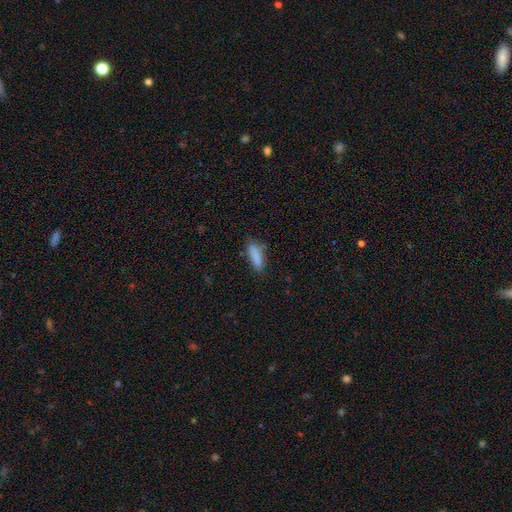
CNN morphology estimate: The model was most divided on "how rounded": in between: 55%, cigar-shaped: 43%, round: 2%. More confident: smooth or featured — smooth (85%); merging — none (73%).